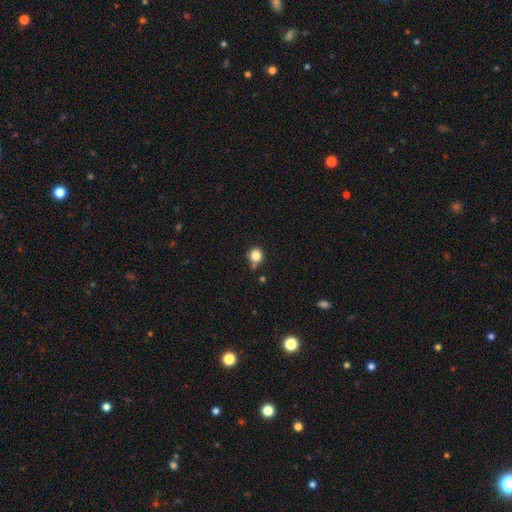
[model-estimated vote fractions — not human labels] A smooth galaxy with no disk features (84%) that is round (87%). Merging: none (68%).